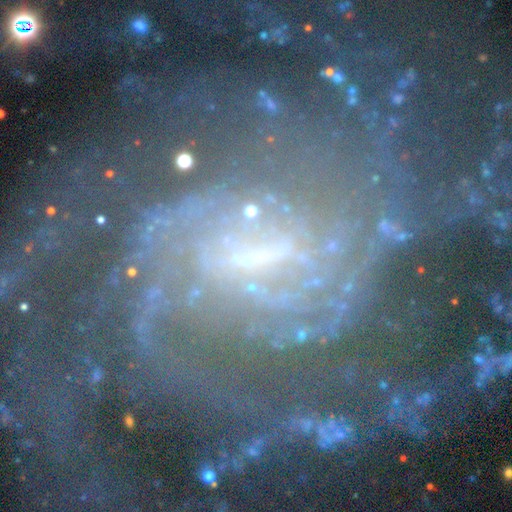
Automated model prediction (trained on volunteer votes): Smooth or featured? Predicted: featured or disk (p=0.86). Edge-on disk? Predicted: no (p=0.98). Bar? Predicted: weak (p=0.46). Spiral arms? Predicted: yes (p=0.95). Spiral winding? Predicted: tight (p=0.49). Spiral arm count? Predicted: can't tell (p=0.28). Bulge size? Predicted: small (p=0.51). Merging? Predicted: none (p=0.62).